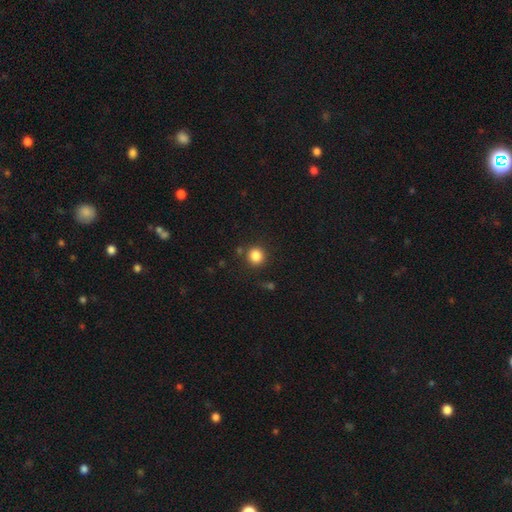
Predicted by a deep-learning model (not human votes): Morphology: type=smooth (85%); roundness=round (89%); merging=none (85%).